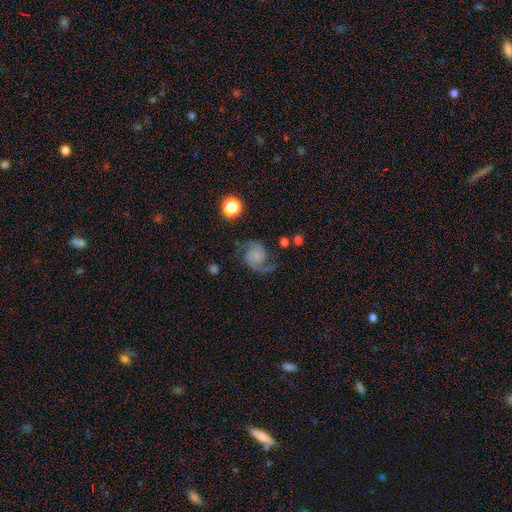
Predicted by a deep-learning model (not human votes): Smooth or featured? Predicted: featured or disk (p=0.83). Edge-on disk? Predicted: no (p=0.98). Bar? Predicted: no (p=0.71). Spiral arms? Predicted: yes (p=0.97). Spiral winding? Predicted: medium (p=0.50). Spiral arm count? Predicted: 2 (p=0.92). Bulge size? Predicted: none (p=0.43). Merging? Predicted: none (p=0.71).